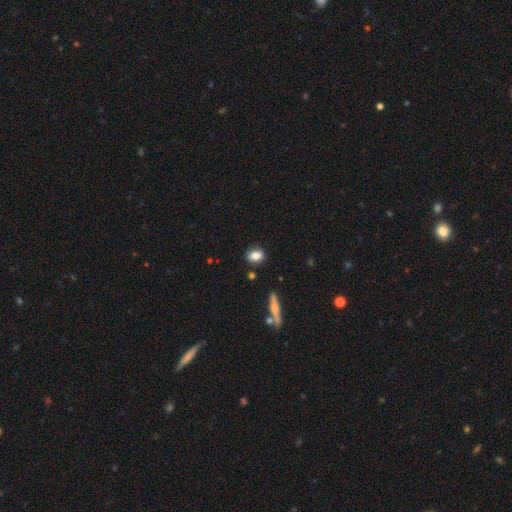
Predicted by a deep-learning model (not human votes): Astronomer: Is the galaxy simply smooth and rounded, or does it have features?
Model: smooth — 83%.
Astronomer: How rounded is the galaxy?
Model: in between — 62%.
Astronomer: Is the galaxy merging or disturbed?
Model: none — 84%.